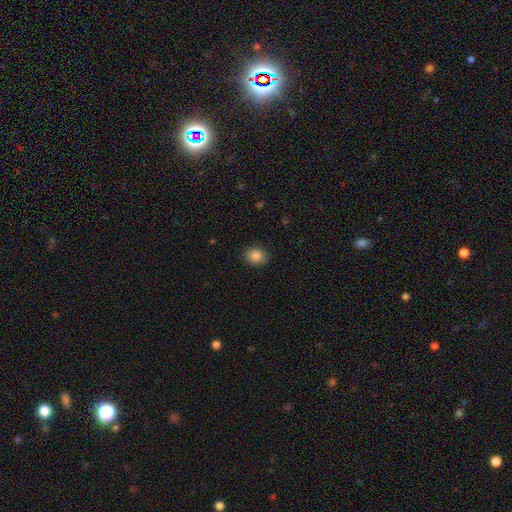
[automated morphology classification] Smooth or featured?
  - smooth: 86% *
  - star or artifact: 10%
  - featured or disk: 5%
How rounded?
  - round: 62% *
  - in between: 37%
  - cigar-shaped: 1%
Merging?
  - none: 89% *
  - minor disturbance: 8%
  - major disturbance: 2%
  - merger: 1%